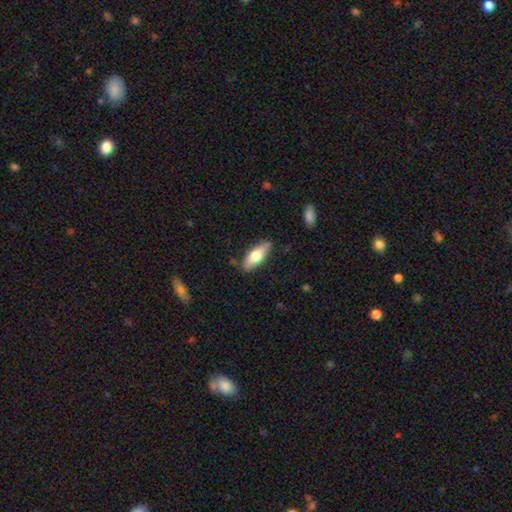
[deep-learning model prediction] Q: Smooth or featured?
A: smooth (70%); runner-up: featured or disk (24%)
Q: How rounded?
A: in between (74%); runner-up: cigar-shaped (24%)
Q: Merging?
A: none (78%); runner-up: minor disturbance (17%)